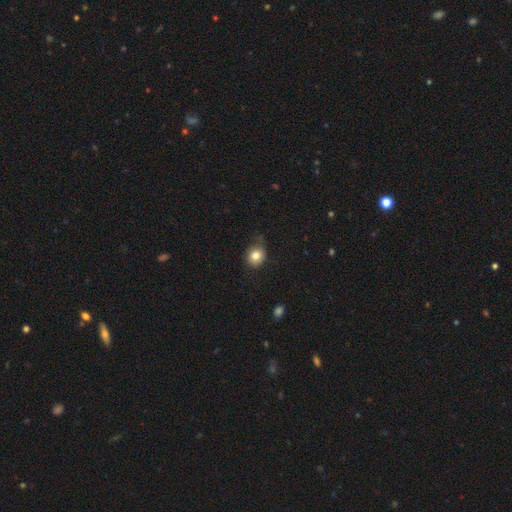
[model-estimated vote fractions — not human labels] Q: Smooth or featured?
A: smooth (81%); runner-up: star or artifact (11%)
Q: How rounded?
A: round (73%); runner-up: in between (26%)
Q: Merging?
A: none (71%); runner-up: minor disturbance (22%)